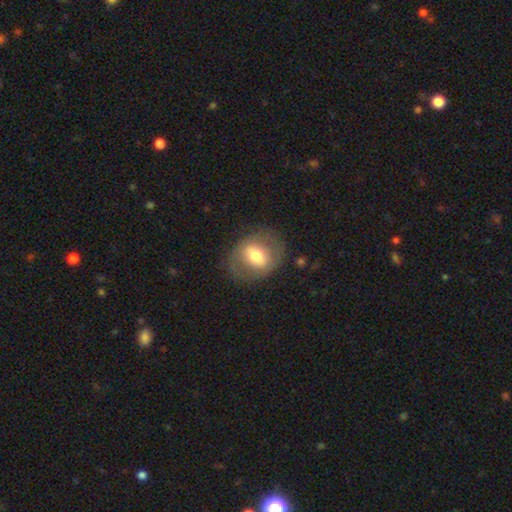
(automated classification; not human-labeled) This is possibly a smooth galaxy (52%). How rounded: possibly in between (50%). Merging: likely none (74%).